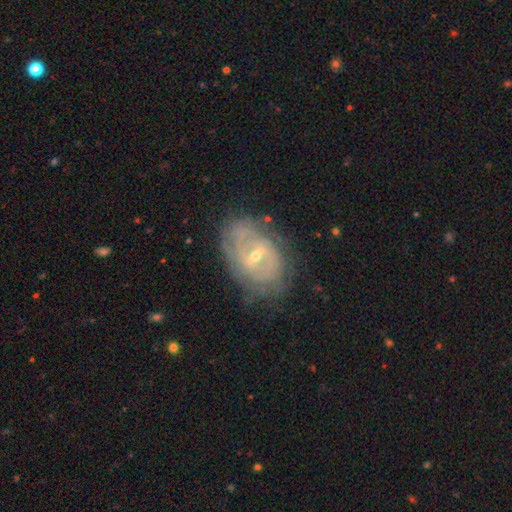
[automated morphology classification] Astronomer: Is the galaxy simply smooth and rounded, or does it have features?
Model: featured or disk — 80%.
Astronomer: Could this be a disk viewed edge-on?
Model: no — 95%.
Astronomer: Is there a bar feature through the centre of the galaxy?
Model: weak — 49% (runner-up: strong, 35%).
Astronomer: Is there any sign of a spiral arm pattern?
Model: yes — 75%.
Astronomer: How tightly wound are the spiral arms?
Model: tight — 65%.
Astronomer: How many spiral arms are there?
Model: can't tell — 52% (runner-up: 2, 28%).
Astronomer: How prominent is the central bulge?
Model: small — 59% (runner-up: moderate, 37%).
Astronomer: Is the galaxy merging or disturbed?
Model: none — 67%.